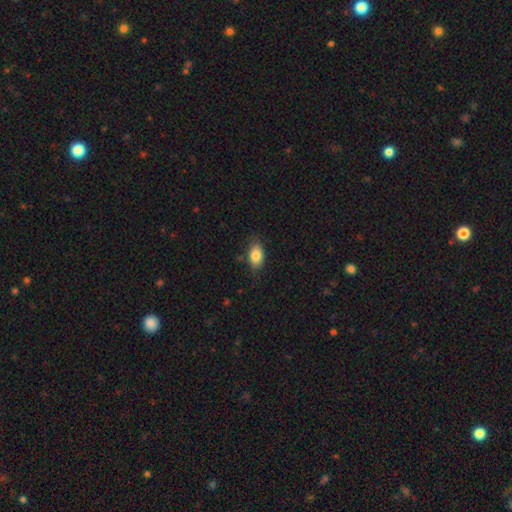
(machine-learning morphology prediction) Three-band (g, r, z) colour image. It shows a smooth galaxy with no disk features (83%) that is in between round and cigar-shaped (88%). Merging: none (79%).